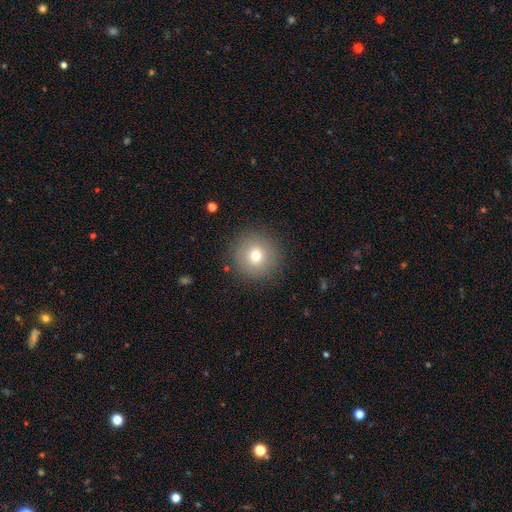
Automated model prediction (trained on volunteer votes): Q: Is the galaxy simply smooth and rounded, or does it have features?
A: smooth — 72%.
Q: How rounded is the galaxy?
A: round — 96%.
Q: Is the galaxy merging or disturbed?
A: none — 90%.